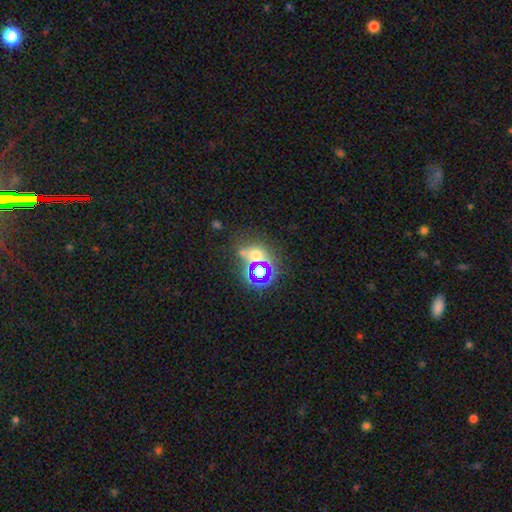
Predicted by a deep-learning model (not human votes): This appears to be a star or artifact, not a galaxy (50%).